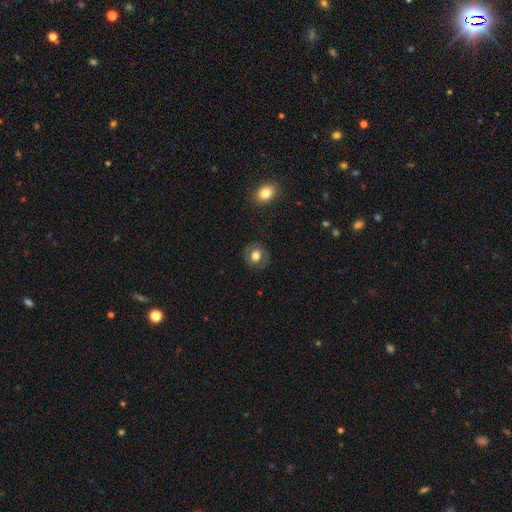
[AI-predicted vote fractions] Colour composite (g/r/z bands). It shows a smooth galaxy with no disk features (63%) that is round (75%). Merging: none (84%).